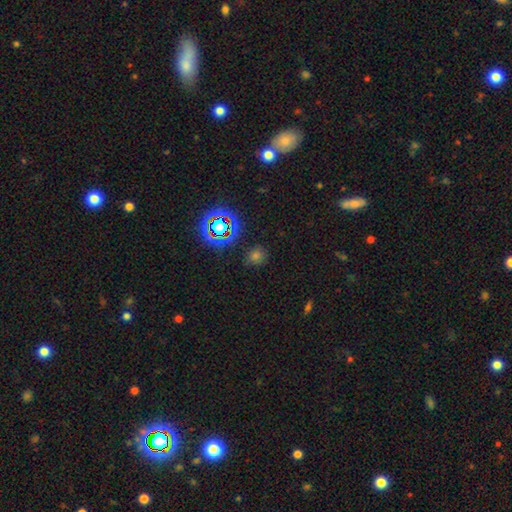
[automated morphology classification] This is possibly a smooth galaxy (53%). How rounded: clearly round (81%). Merging: clearly none (85%).